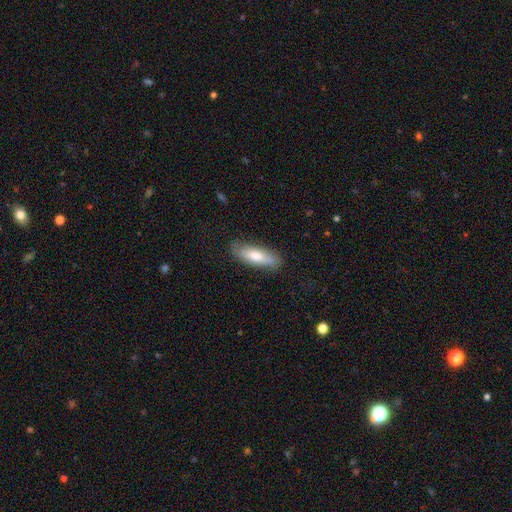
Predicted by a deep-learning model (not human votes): Smooth or featured? Predicted: smooth (p=0.71). How rounded? Predicted: in between (p=0.57). Merging? Predicted: none (p=0.82).